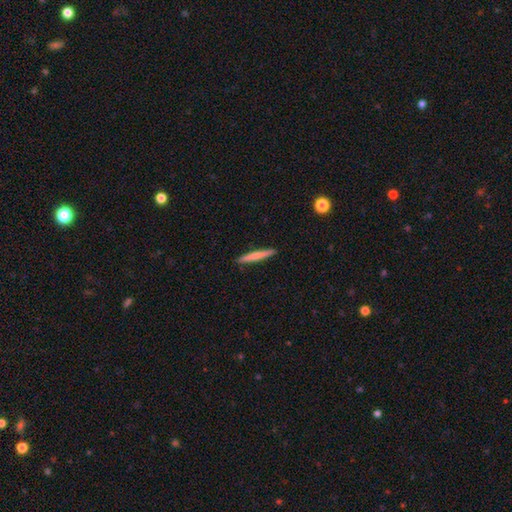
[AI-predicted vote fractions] This appears to be a smooth galaxy with no disk features (69%) that is cigar-shaped (96%). Merging: none (91%).